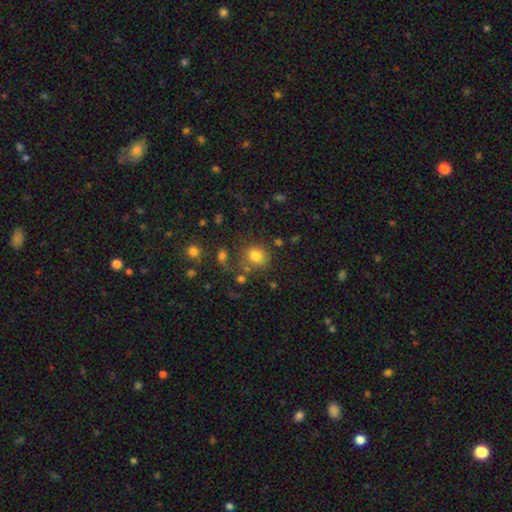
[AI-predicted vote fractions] A smooth galaxy with no disk features (78%) that is round (79%). Merging: none (64%).